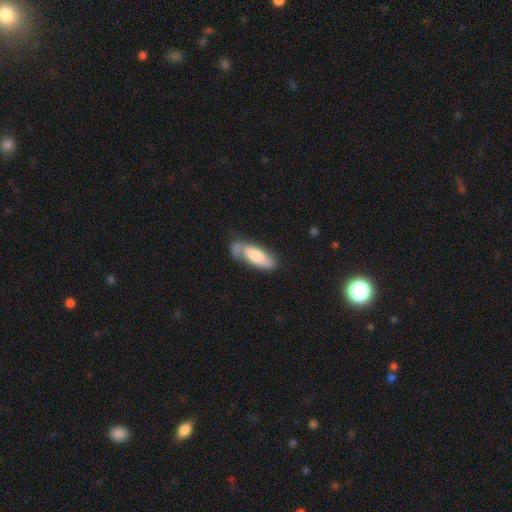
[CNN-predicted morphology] The model was most divided on "merging": none: 44%, minor disturbance: 29%, major disturbance: 15%, merger: 12%. More confident: how rounded — in between (69%); smooth or featured — smooth (63%).